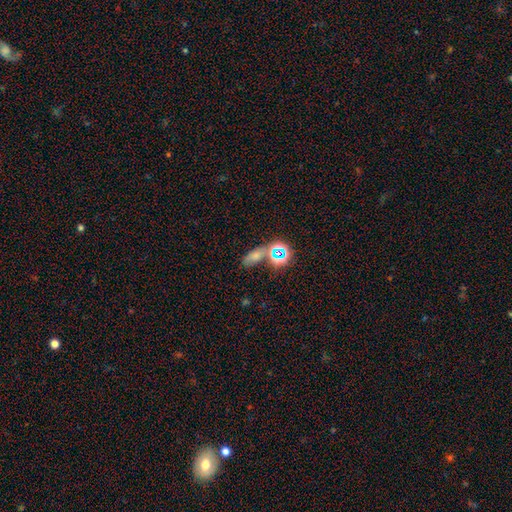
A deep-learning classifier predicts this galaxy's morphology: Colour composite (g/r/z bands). It shows a smooth galaxy with no disk features (56%) that is in between round and cigar-shaped (68%). Merging: none (54%).